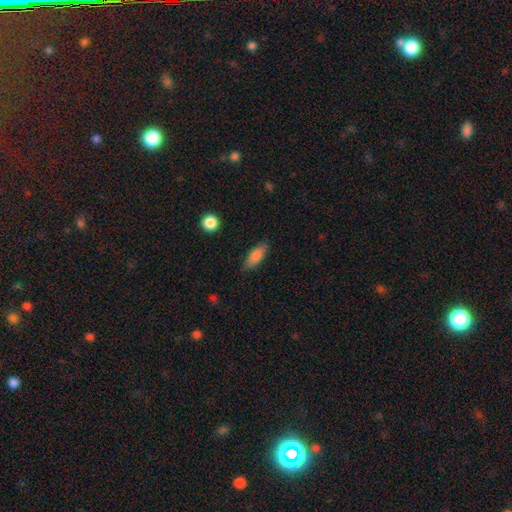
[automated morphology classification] Q: Smooth or featured?
A: smooth (82%); runner-up: featured or disk (12%)
Q: How rounded?
A: in between (70%); runner-up: cigar-shaped (27%)
Q: Merging?
A: none (83%); runner-up: minor disturbance (13%)